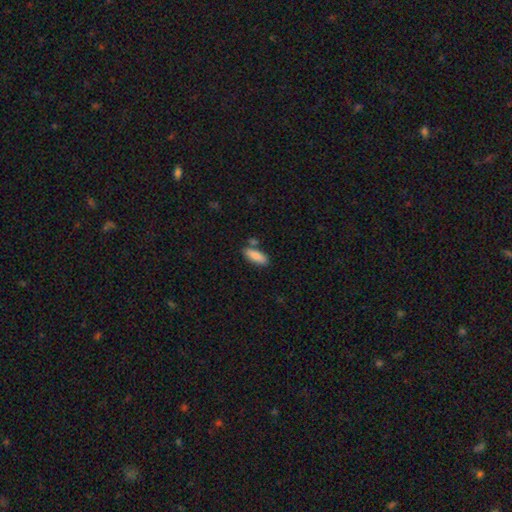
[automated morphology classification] type=smooth (86%); roundness=in between (74%); merging=none (73%).